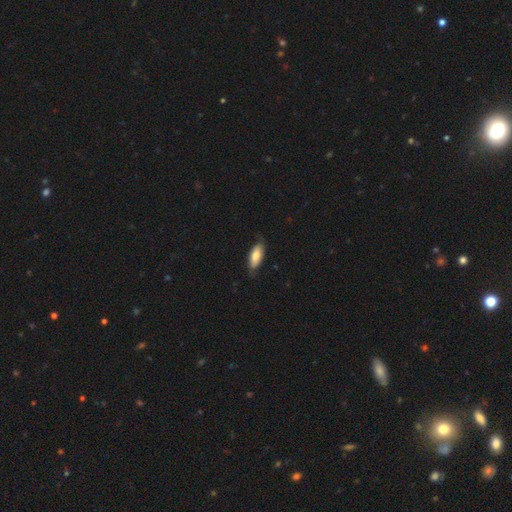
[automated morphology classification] type=smooth (73%); roundness=in between (84%); merging=none (74%).